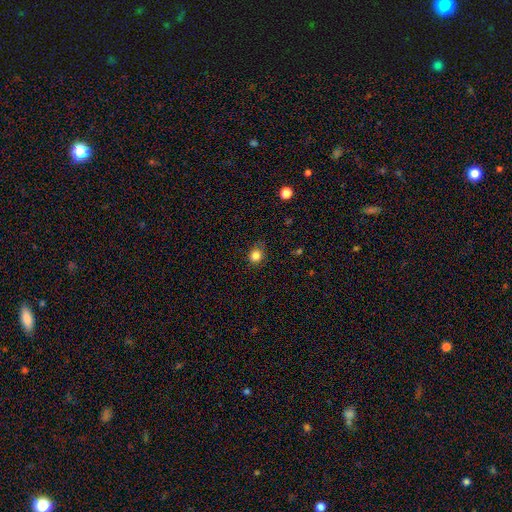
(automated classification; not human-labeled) A smooth galaxy with no disk features (83%) that is round (75%). Merging: none (78%).